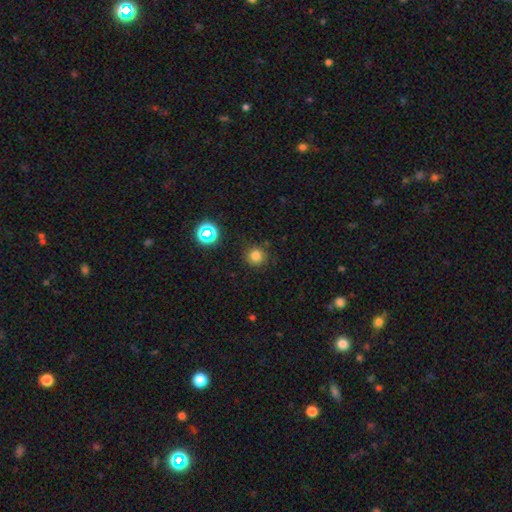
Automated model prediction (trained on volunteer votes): smooth_or_featured: smooth (p=0.78) [alt: star or artifact p=0.17]
how_rounded: round (p=0.93) [alt: in between p=0.06]
merging: none (p=0.85) [alt: minor disturbance p=0.09]